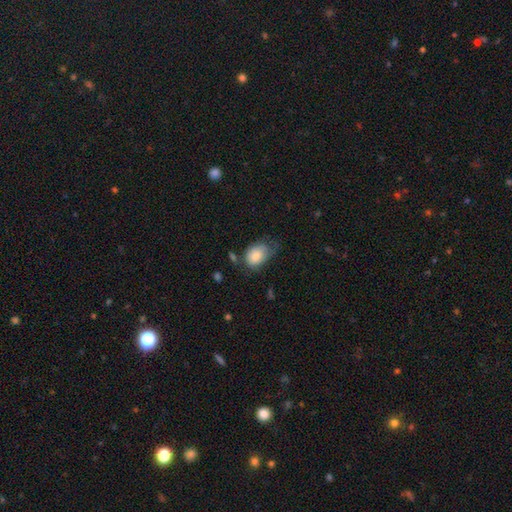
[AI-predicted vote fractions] The model was most divided on "merging": none: 42%, minor disturbance: 39%, major disturbance: 15%, merger: 4%. More confident: smooth or featured — smooth (82%); how rounded — in between (76%).